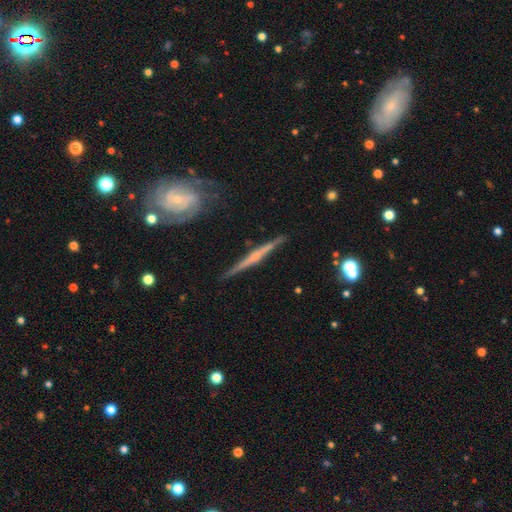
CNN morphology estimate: Smooth or featured? featured or disk (79%)
Edge-on disk? yes (95%)
Edge-on bulge? rounded (47%)
Merging? none (84%)